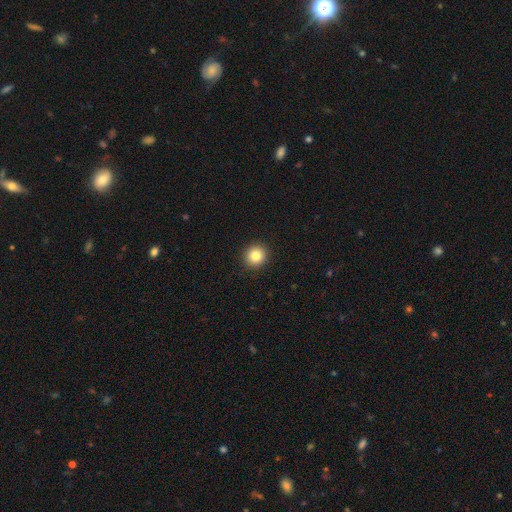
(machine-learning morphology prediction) A smooth galaxy with no disk features (83%) that is round (90%).

Vote fractions:
- Smooth or featured? smooth: 83% / star or artifact: 10% / featured or disk: 6%
- How rounded? round: 90% / in between: 9% / cigar-shaped: 1%
- Merging? none: 92% / minor disturbance: 5% / major disturbance: 2% / merger: 1%